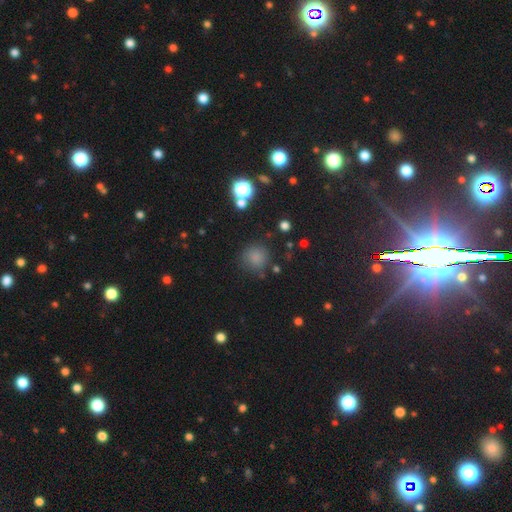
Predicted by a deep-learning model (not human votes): Smooth or featured?
  - smooth: 77% *
  - star or artifact: 18%
  - featured or disk: 6%
How rounded?
  - round: 91% *
  - in between: 8%
  - cigar-shaped: 1%
Merging?
  - none: 80% *
  - minor disturbance: 12%
  - major disturbance: 4%
  - merger: 4%